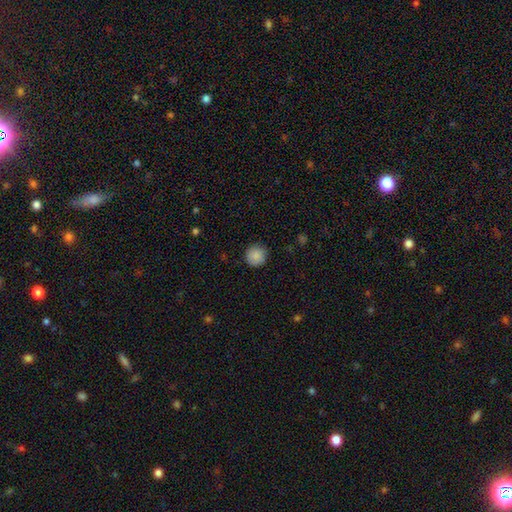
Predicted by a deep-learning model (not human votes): Smooth or featured?
  - smooth: 88% *
  - star or artifact: 8%
  - featured or disk: 4%
How rounded?
  - round: 95% *
  - in between: 4%
  - cigar-shaped: 1%
Merging?
  - none: 89% *
  - minor disturbance: 8%
  - major disturbance: 2%
  - merger: 1%